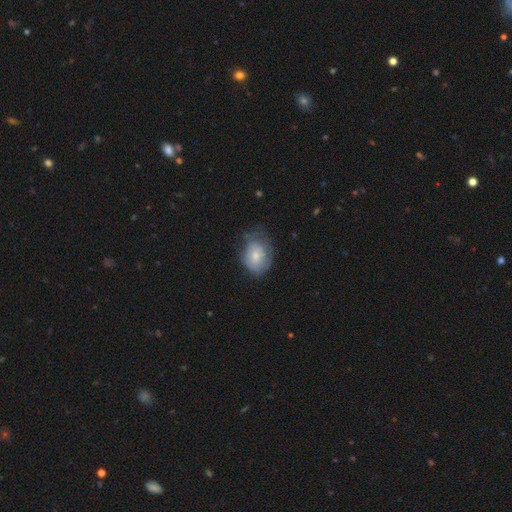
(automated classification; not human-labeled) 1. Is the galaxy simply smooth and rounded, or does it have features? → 66% smooth, 27% featured or disk, 8% star or artifact.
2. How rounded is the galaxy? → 61% in between, 38% round, 1% cigar-shaped.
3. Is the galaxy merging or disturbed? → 43% none, 36% minor disturbance, 19% major disturbance, 2% merger.